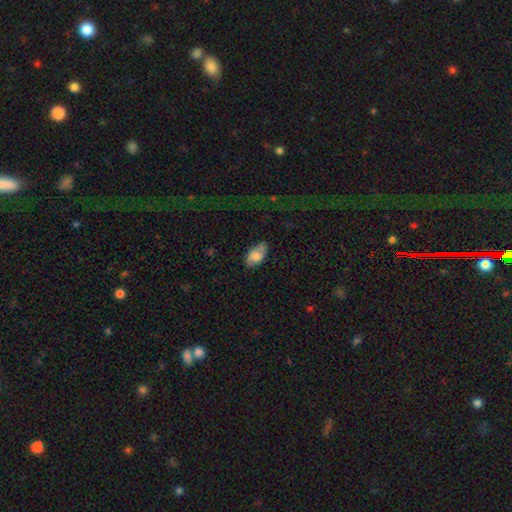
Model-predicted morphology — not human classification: Smooth or featured?
  - smooth: 68% *
  - featured or disk: 24%
  - star or artifact: 8%
How rounded?
  - in between: 92% *
  - round: 5%
  - cigar-shaped: 3%
Merging?
  - none: 70% *
  - minor disturbance: 22%
  - major disturbance: 5%
  - merger: 3%